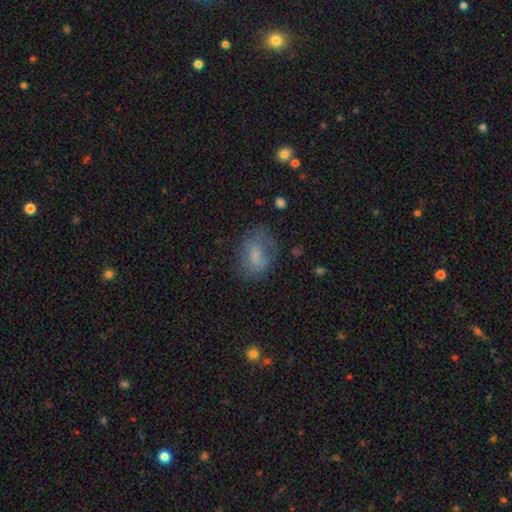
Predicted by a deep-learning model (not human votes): Smooth or featured? smooth (67%)
How rounded? in between (77%)
Merging? none (56%)